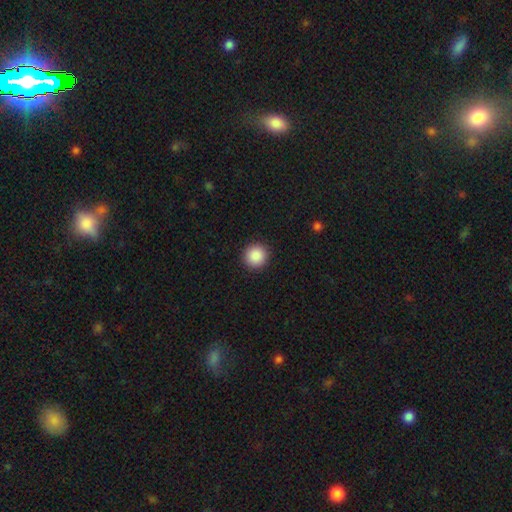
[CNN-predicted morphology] This appears to be a smooth galaxy with no disk features (89%) that is round (95%). Merging: none (92%).